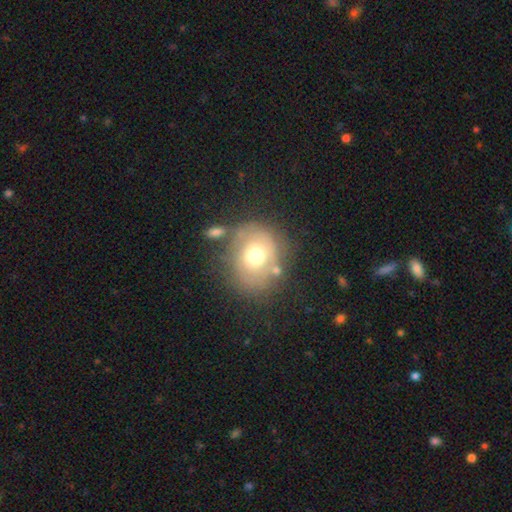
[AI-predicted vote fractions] Smooth or featured? Predicted: smooth (p=0.57). How rounded? Predicted: round (p=0.68). Merging? Predicted: none (p=0.61).